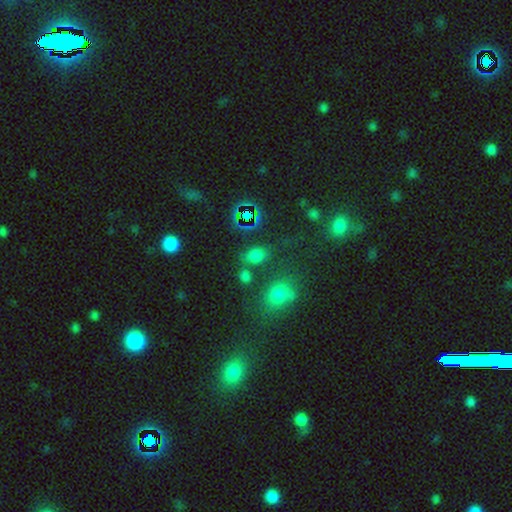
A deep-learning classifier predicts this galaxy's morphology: Smooth or featured: smooth — 63% (star or artifact — 30%)
How rounded: in between — 63% (round — 35%)
Merging: none — 65% (minor disturbance — 14%)